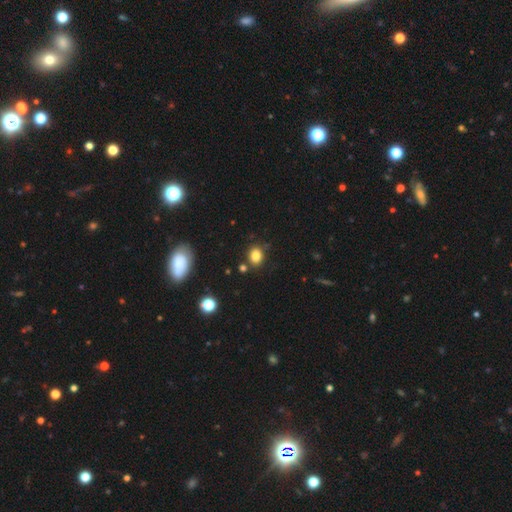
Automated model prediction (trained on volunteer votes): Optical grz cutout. It shows a smooth galaxy with no disk features (83%) that is in between round and cigar-shaped (54%). Merging: none (78%).